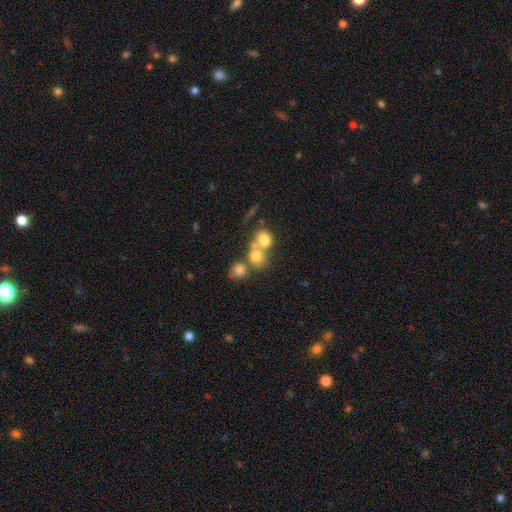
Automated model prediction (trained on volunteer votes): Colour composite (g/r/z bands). It shows a smooth galaxy with no disk features (73%) that is round (73%). Merging: merger (53%).